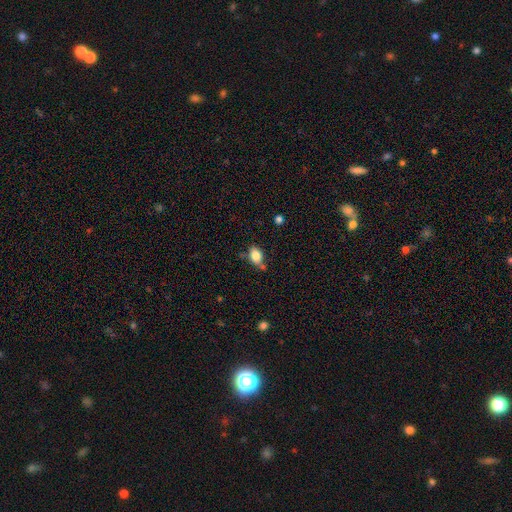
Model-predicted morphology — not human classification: Smooth or featured?
  - smooth: 81% *
  - featured or disk: 10%
  - star or artifact: 9%
How rounded?
  - in between: 78% *
  - round: 19%
  - cigar-shaped: 2%
Merging?
  - none: 64% *
  - minor disturbance: 22%
  - merger: 9%
  - major disturbance: 5%